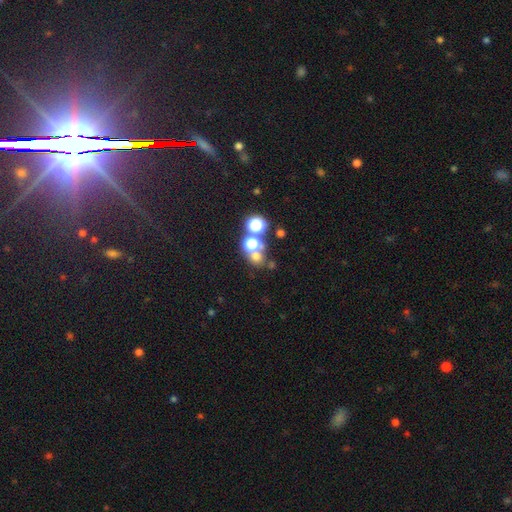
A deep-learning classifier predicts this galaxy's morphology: smooth_or_featured: smooth (p=0.60) [alt: star or artifact p=0.27]
how_rounded: round (p=0.79) [alt: in between p=0.20]
merging: none (p=0.49) [alt: merger p=0.39]